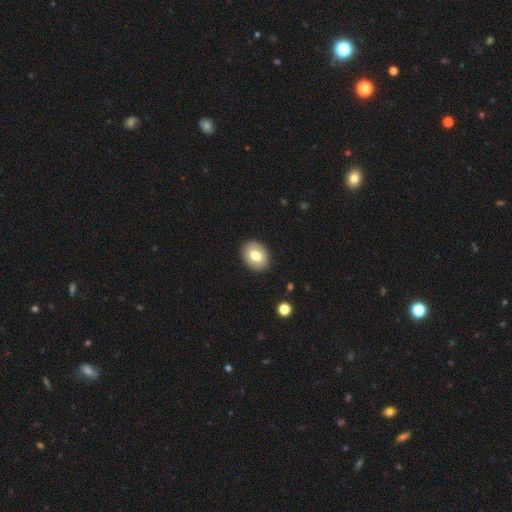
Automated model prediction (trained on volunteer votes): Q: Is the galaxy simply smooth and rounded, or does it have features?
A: smooth — 75%.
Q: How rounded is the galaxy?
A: in between — 61%.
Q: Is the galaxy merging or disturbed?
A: none — 90%.